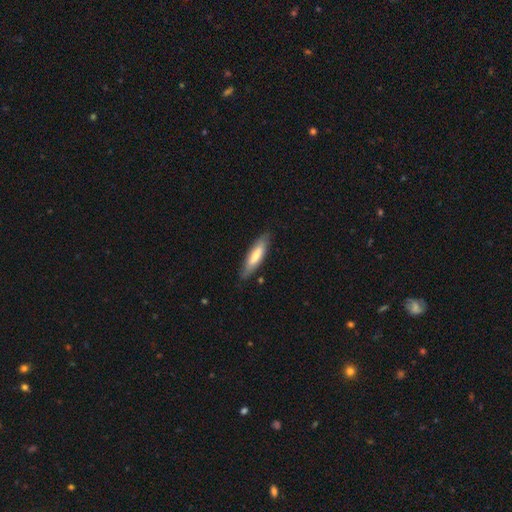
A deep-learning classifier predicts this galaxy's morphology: This is likely a smooth galaxy (65%). How rounded: likely cigar-shaped (66%). Merging: clearly none (82%).